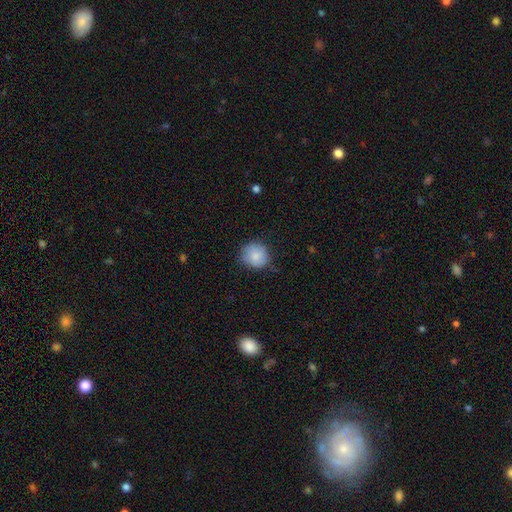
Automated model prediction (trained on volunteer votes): A smooth galaxy with no disk features (83%) that is round (88%).

Vote fractions:
- Smooth or featured? smooth: 83% / featured or disk: 9% / star or artifact: 7%
- How rounded? round: 88% / in between: 11% / cigar-shaped: 1%
- Merging? none: 73% / minor disturbance: 21% / major disturbance: 4% / merger: 1%